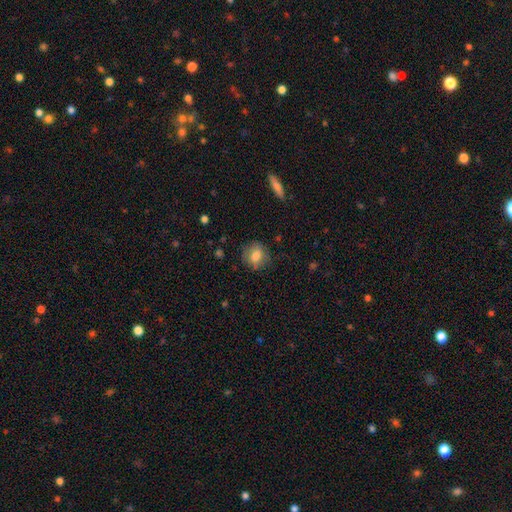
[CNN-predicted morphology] A smooth galaxy with no disk features (77%) that is round (68%). Merging: none (76%).